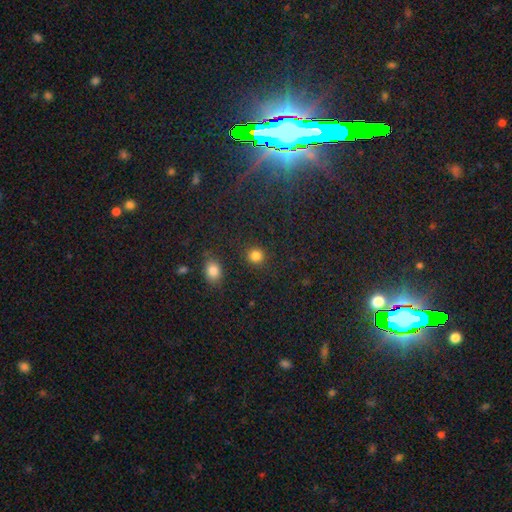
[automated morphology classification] A smooth galaxy with no disk features (84%) that is round (90%). Merging: none (89%).